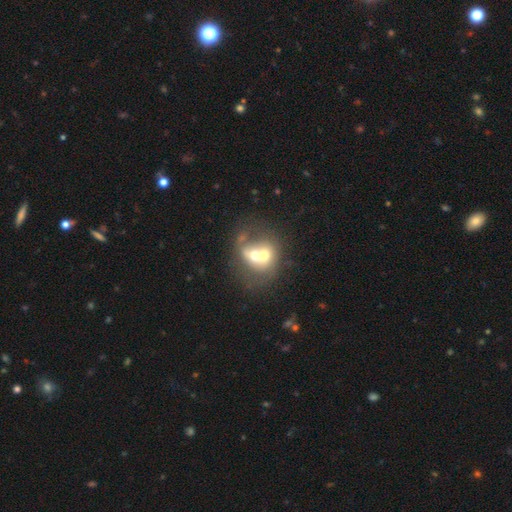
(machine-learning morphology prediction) Smooth or featured?
  - smooth: 52% *
  - featured or disk: 38%
  - star or artifact: 10%
How rounded?
  - round: 61% *
  - in between: 38%
  - cigar-shaped: 1%
Merging?
  - merger: 72% *
  - none: 16%
  - minor disturbance: 6%
  - major disturbance: 6%